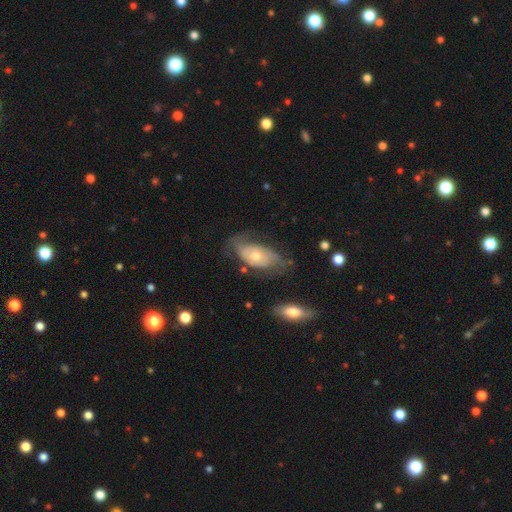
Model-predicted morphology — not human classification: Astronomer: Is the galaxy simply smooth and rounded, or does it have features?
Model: featured or disk — 61%.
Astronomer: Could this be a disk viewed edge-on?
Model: no — 92%.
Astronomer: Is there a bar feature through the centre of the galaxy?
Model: no — 80%.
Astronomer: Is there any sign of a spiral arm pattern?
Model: yes — 72%.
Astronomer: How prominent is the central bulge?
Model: moderate — 53% (runner-up: small, 39%).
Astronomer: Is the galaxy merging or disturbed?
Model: none — 47% (runner-up: minor disturbance, 29%).